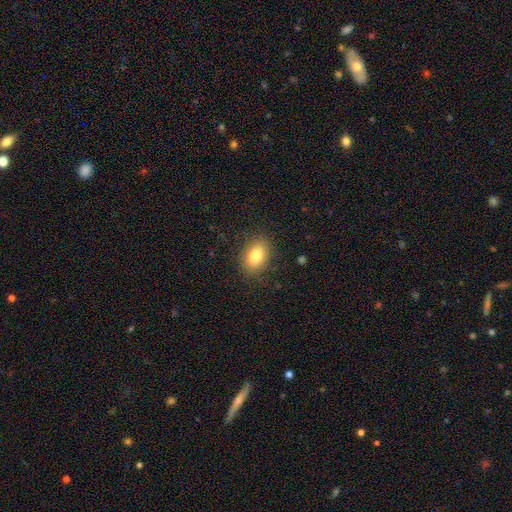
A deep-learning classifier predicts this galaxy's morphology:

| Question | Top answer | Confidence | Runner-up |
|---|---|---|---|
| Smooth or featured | smooth | 82% | featured or disk (10%) |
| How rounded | in between | 86% | round (12%) |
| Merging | none | 84% | minor disturbance (11%) |